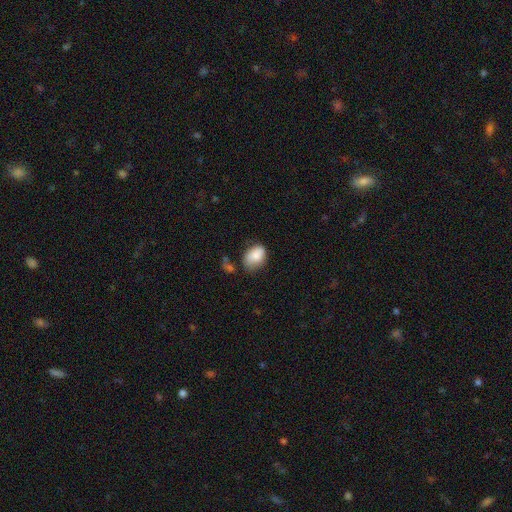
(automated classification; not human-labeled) Smooth or featured? Predicted: smooth (p=0.83). How rounded? Predicted: in between (p=0.81). Merging? Predicted: none (p=0.49).